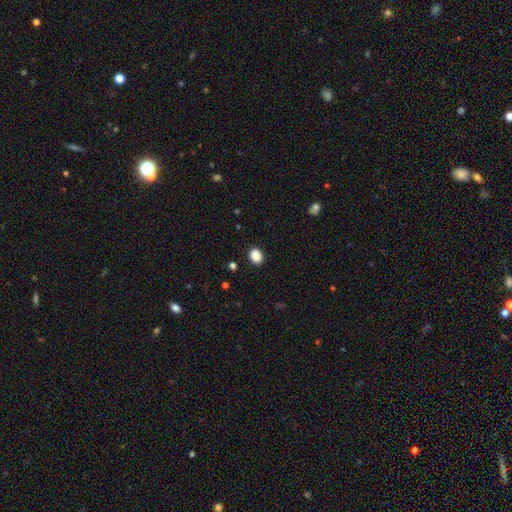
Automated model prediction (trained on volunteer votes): Overall: smooth (88%). How rounded: in between (52%; round 47%). Merging: none (90%).